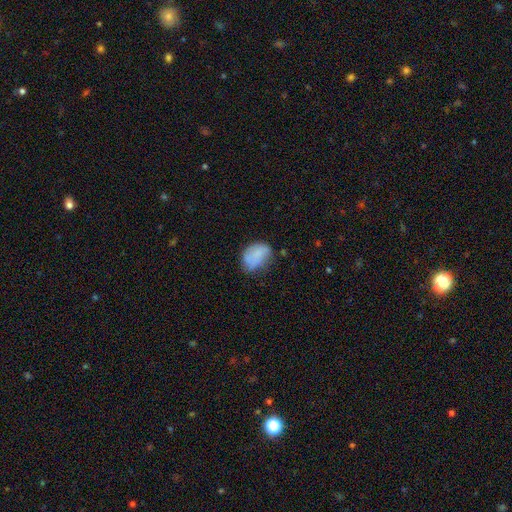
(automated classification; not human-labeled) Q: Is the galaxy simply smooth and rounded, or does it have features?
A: smooth — 72%.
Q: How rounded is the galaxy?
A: in between — 79%.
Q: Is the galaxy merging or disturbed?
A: none — 50%.